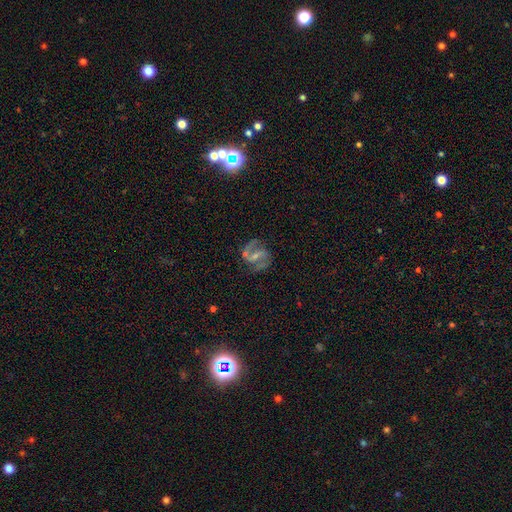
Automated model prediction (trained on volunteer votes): A featured or disk galaxy (82%) with a strong bar (50%), 2 (91%) medium (55%) spiral arms (92%) and a small central bulge (50%). Merging: none (69%).